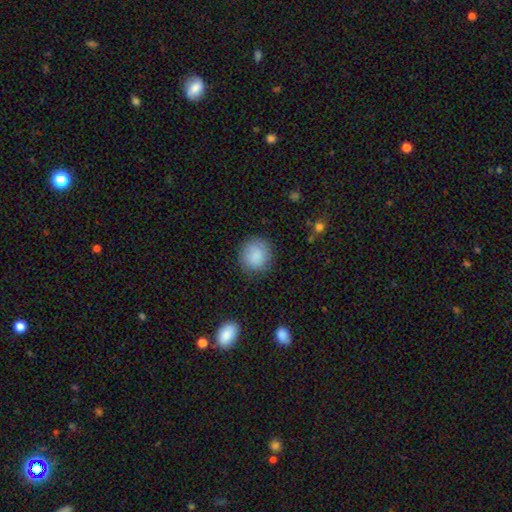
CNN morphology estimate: smooth_or_featured: smooth (p=0.86) [alt: star or artifact p=0.07]
how_rounded: round (p=0.88) [alt: in between p=0.11]
merging: none (p=0.84) [alt: minor disturbance p=0.12]